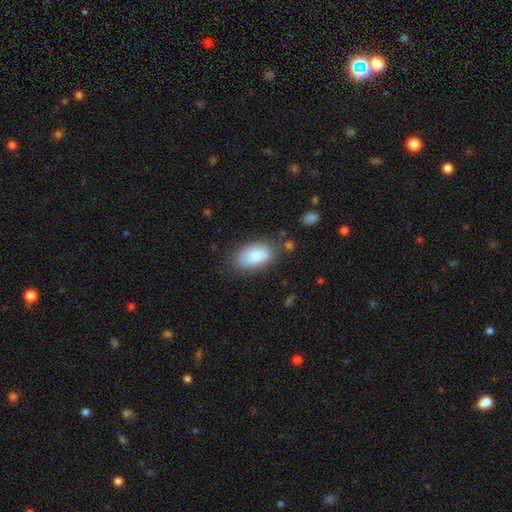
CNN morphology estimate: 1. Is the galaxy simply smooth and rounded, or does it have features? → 85% smooth, 9% featured or disk, 6% star or artifact.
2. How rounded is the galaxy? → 93% in between, 5% round, 2% cigar-shaped.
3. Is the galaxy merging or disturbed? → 73% none, 18% minor disturbance, 5% major disturbance, 3% merger.